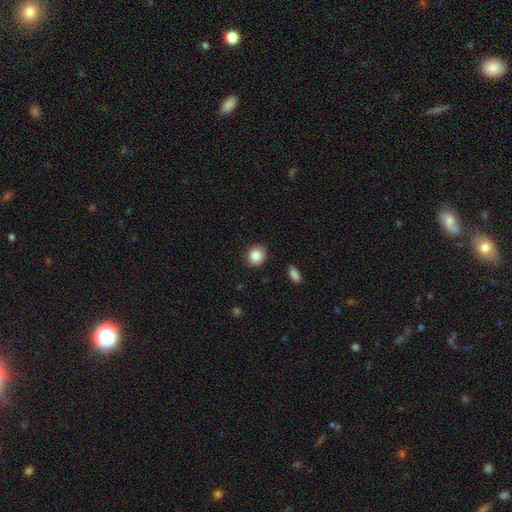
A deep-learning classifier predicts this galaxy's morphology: Smooth or featured? smooth (86%)
How rounded? round (78%)
Merging? none (87%)